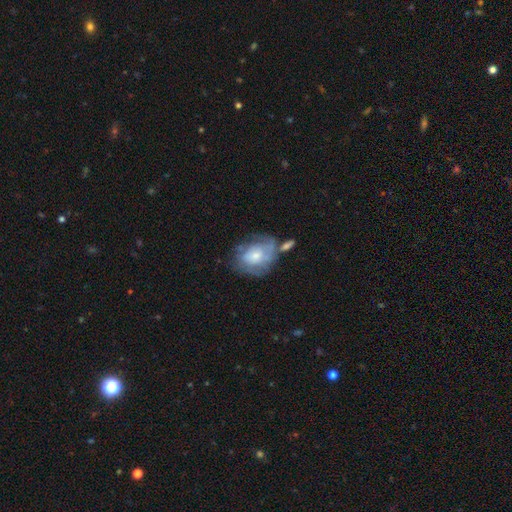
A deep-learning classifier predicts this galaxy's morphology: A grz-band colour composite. It shows a featured or disk galaxy (54%) with no bar (77%), spiral arms (61%) and a small central bulge (46%). Merging: none (42%).